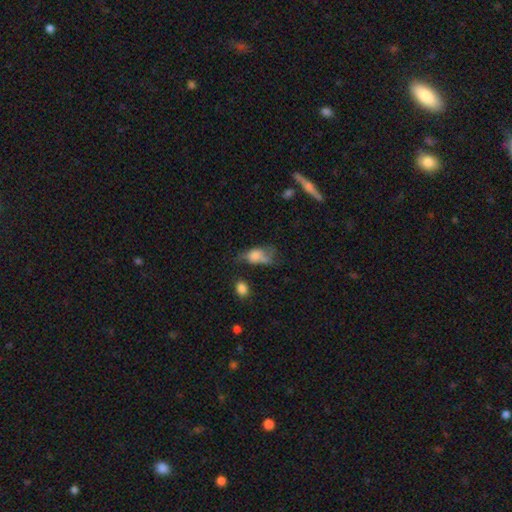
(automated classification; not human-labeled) Overall: smooth (64%; featured or disk 25%). How rounded: in between (81%). Merging: major disturbance (32%; none 28%).